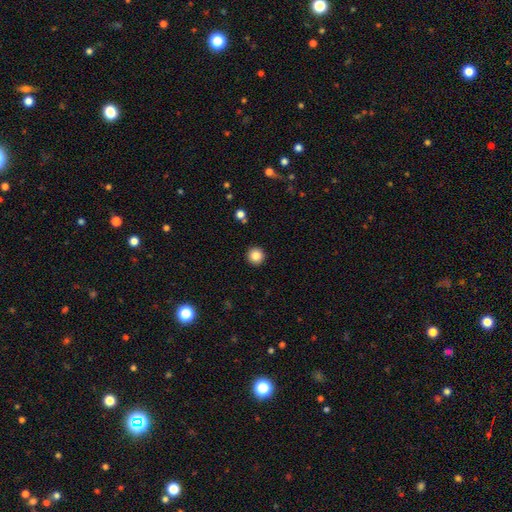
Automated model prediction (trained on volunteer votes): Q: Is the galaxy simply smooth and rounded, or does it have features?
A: smooth — 85%.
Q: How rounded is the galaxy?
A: round — 95%.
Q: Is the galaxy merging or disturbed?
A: none — 93%.